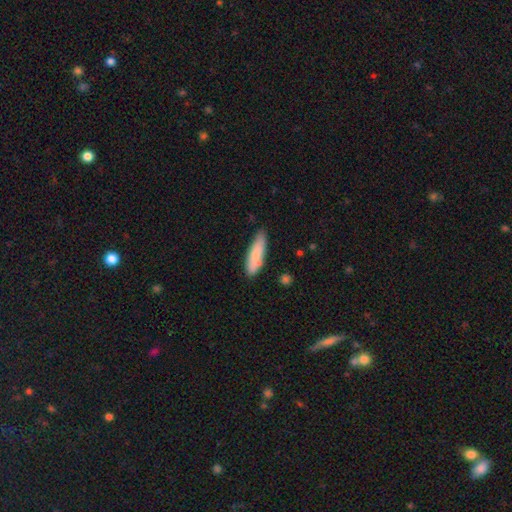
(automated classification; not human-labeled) Morphology: type=smooth (78%); roundness=cigar-shaped (61%); merging=none (73%).